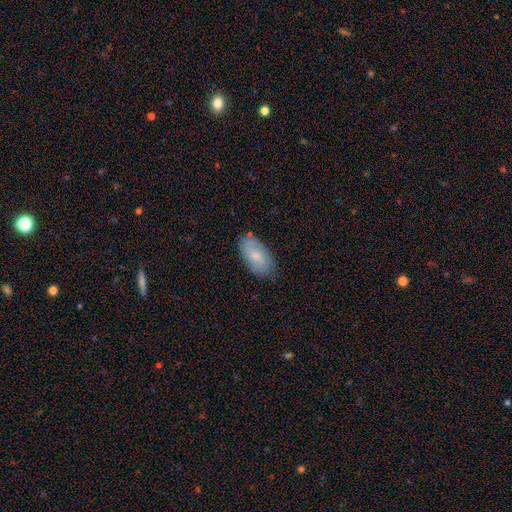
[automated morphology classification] smooth-or-featured: smooth: 69% | featured or disk: 25% | star or artifact: 6%
  how-rounded: in between: 94% | cigar-shaped: 3% | round: 3%
  merging: none: 77% | minor disturbance: 19% | major disturbance: 3% | merger: 1%